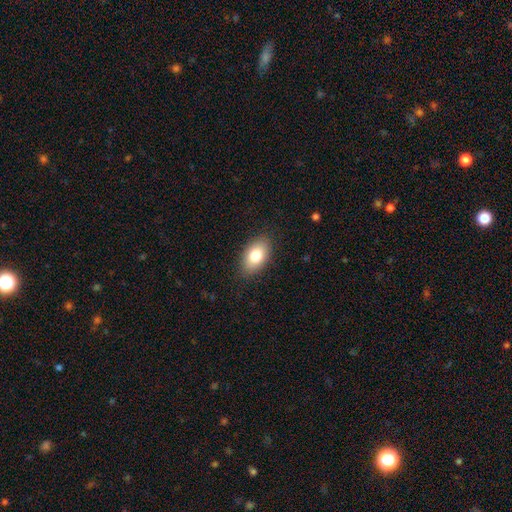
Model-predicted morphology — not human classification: This is clearly a smooth galaxy (80%). How rounded: clearly in between (92%). Merging: clearly none (86%).